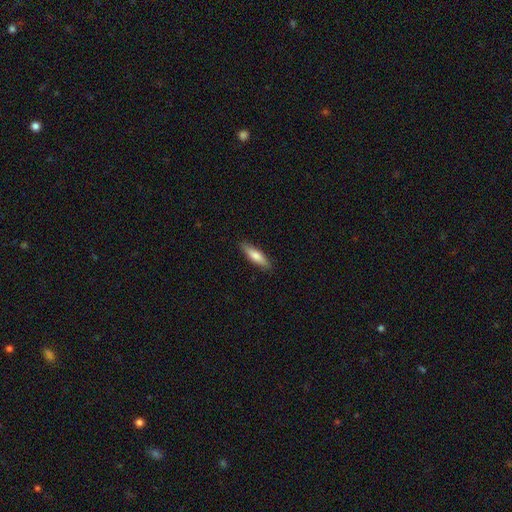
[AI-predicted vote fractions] A smooth galaxy with no disk features (73%) that is cigar-shaped (67%). Merging: none (89%).